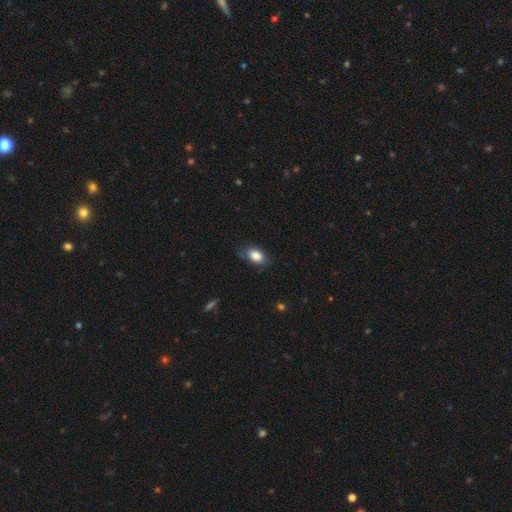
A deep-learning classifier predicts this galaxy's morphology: A smooth galaxy with no disk features (84%) that is in between round and cigar-shaped (85%).

Vote fractions:
- Smooth or featured? smooth: 84% / featured or disk: 8% / star or artifact: 7%
- How rounded? in between: 85% / round: 13% / cigar-shaped: 2%
- Merging? none: 75% / minor disturbance: 19% / major disturbance: 5% / merger: 1%